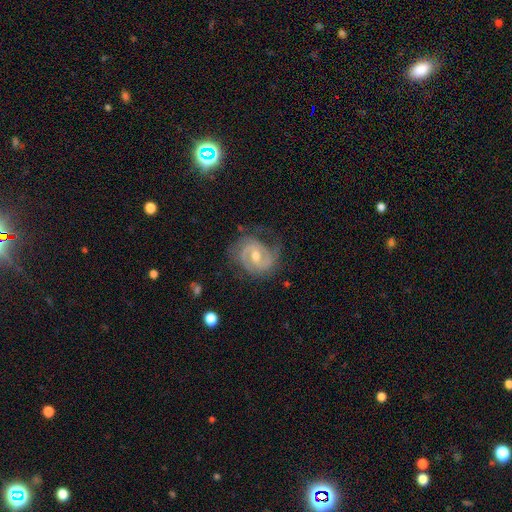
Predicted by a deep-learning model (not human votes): Q: Smooth or featured?
A: featured or disk (87%); runner-up: smooth (7%)
Q: Edge-on disk?
A: no (98%); runner-up: yes (2%)
Q: Bar?
A: weak (48%); runner-up: no (33%)
Q: Spiral arms?
A: yes (96%); runner-up: no (4%)
Q: Spiral winding?
A: tight (50%); runner-up: medium (40%)
Q: Spiral arm count?
A: 2 (76%); runner-up: can't tell (10%)
Q: Bulge size?
A: moderate (63%); runner-up: small (34%)
Q: Merging?
A: none (70%); runner-up: minor disturbance (19%)